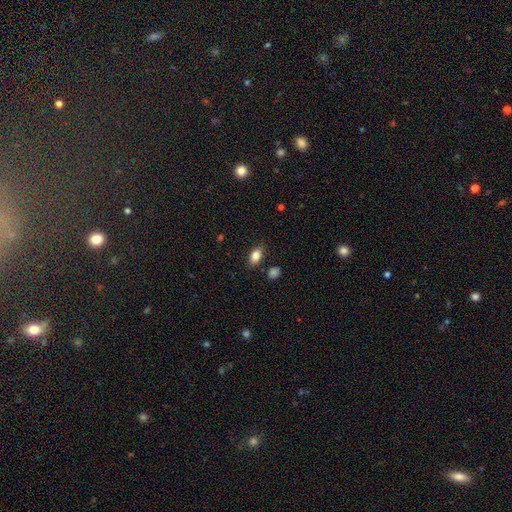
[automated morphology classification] Smooth or featured? Predicted: smooth (p=0.82). How rounded? Predicted: in between (p=0.86). Merging? Predicted: none (p=0.83).